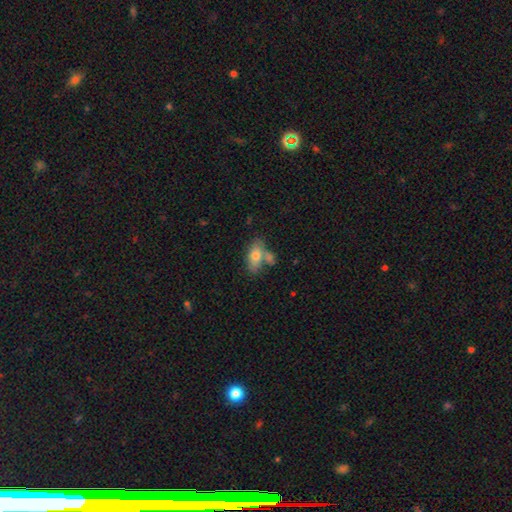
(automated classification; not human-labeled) Morphology: type=smooth (71%); roundness=in between (87%); merging=none (49%).